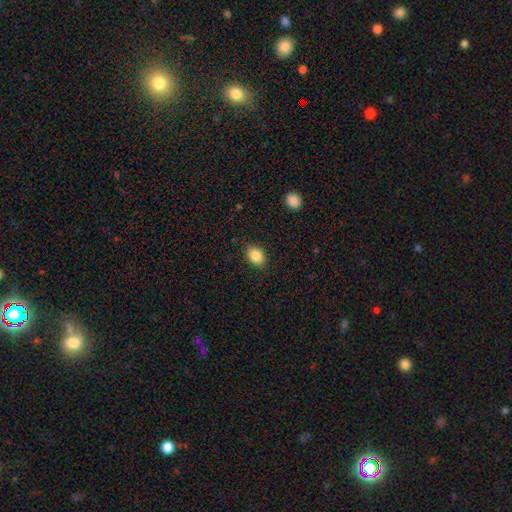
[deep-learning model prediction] The model was most divided on "how rounded": in between: 73%, round: 26%, cigar-shaped: 1%. More confident: smooth or featured — smooth (87%); merging — none (85%).